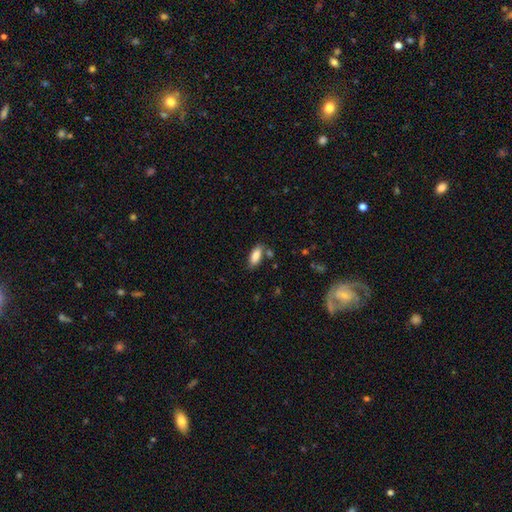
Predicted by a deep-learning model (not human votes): A smooth galaxy with no disk features (86%) that is in between round and cigar-shaped (84%).

Vote fractions:
- Smooth or featured? smooth: 86% / star or artifact: 7% / featured or disk: 7%
- How rounded? in between: 84% / cigar-shaped: 14% / round: 2%
- Merging? none: 75% / minor disturbance: 15% / merger: 7% / major disturbance: 3%